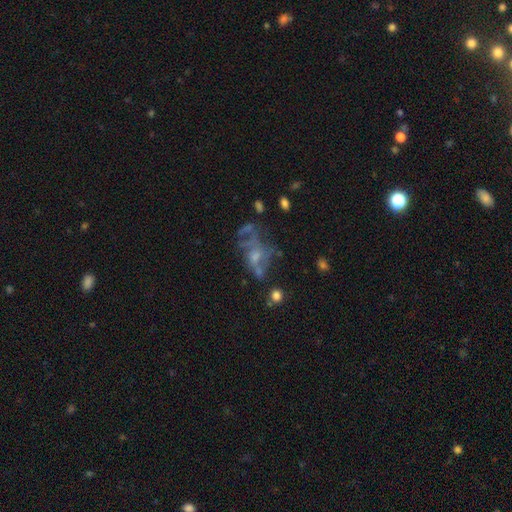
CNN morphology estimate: The model was most divided on "merging": none: 35%, major disturbance: 34%, minor disturbance: 16%, merger: 14%. Remaining: edge-on disk — no (96%); bar — no (79%); spiral arms — no (62%); smooth or featured — featured or disk (60%); bulge size — moderate (37%).